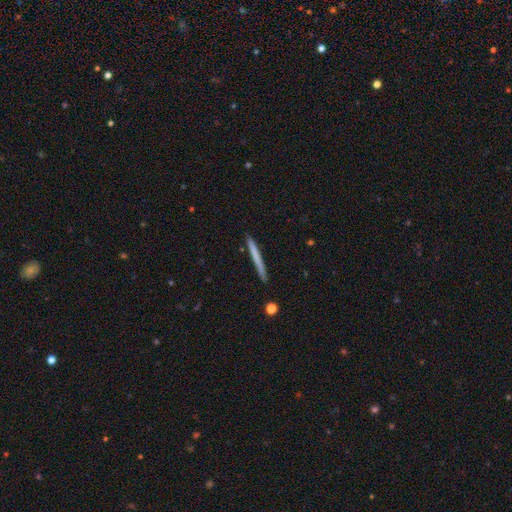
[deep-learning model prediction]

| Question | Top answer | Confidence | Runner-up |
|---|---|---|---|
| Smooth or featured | smooth | 64% | featured or disk (31%) |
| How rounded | cigar-shaped | 97% | in between (2%) |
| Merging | none | 91% | minor disturbance (7%) |